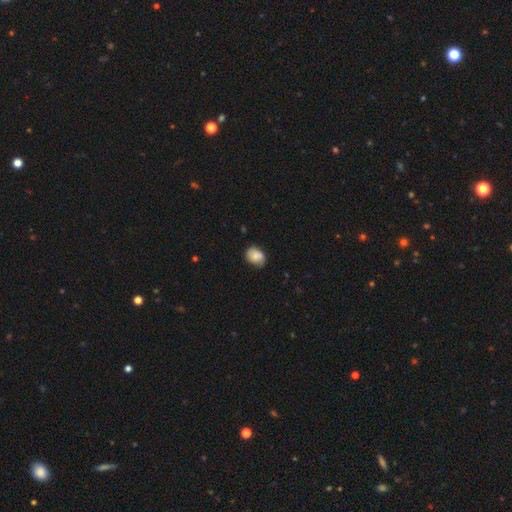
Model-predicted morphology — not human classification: A smooth galaxy with no disk features (78%) that is in between round and cigar-shaped (65%). Merging: none (67%).